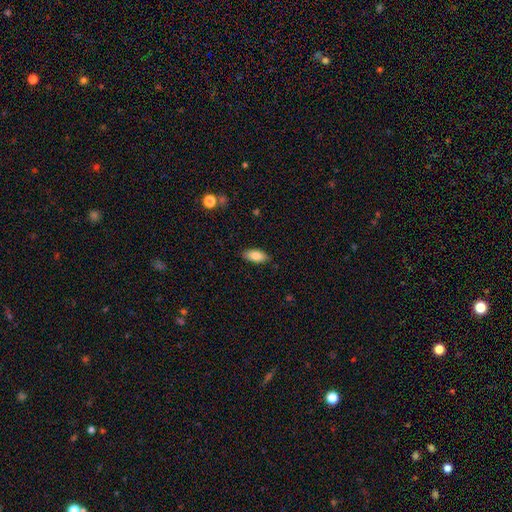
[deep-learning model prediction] Smooth or featured: smooth — 82% (featured or disk — 11%)
How rounded: in between — 88% (cigar-shaped — 10%)
Merging: none — 86% (minor disturbance — 11%)